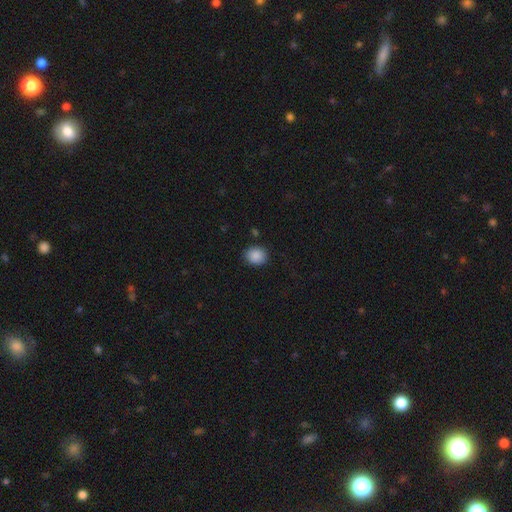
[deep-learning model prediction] Smooth or featured: smooth — 88% (star or artifact — 8%)
How rounded: round — 67% (in between — 32%)
Merging: none — 86% (minor disturbance — 10%)